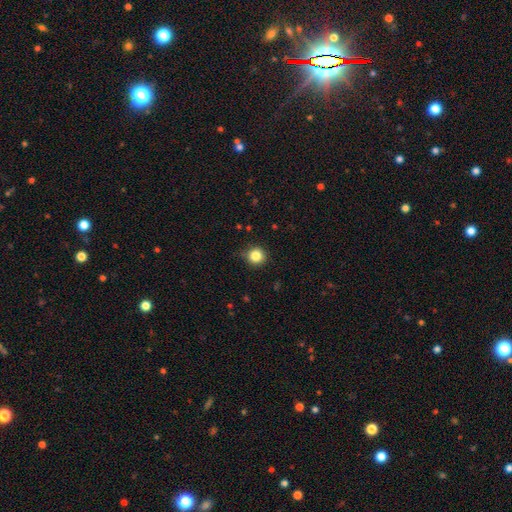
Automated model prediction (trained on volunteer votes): smooth 84%, star or artifact 11%, featured or disk 5%. Down the decision tree: how rounded — round (93%); merging — none (86%).